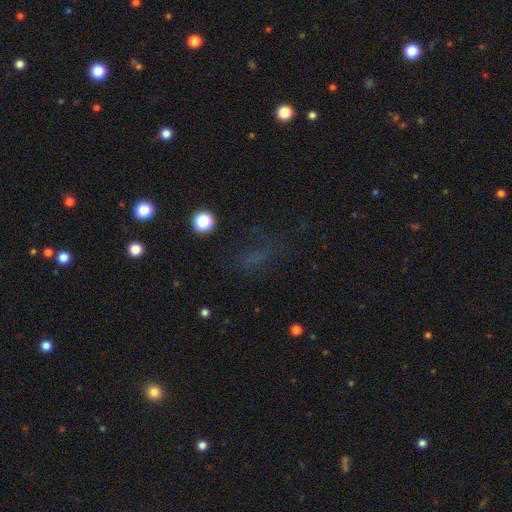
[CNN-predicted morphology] This appears to be a smooth galaxy with no disk features (41%). Merging: none (57%).